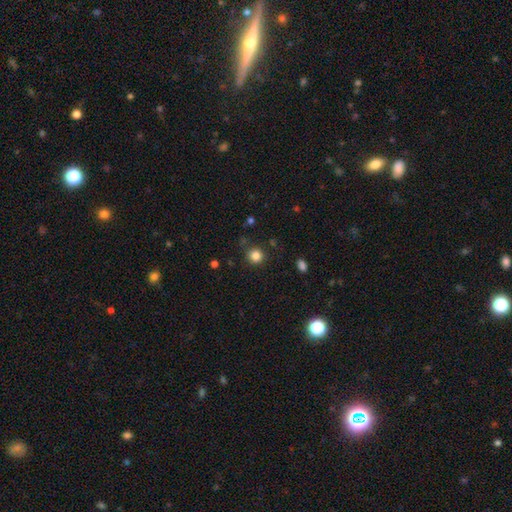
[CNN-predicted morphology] Smooth or featured? Predicted: smooth (p=0.83). How rounded? Predicted: round (p=0.91). Merging? Predicted: none (p=0.86).